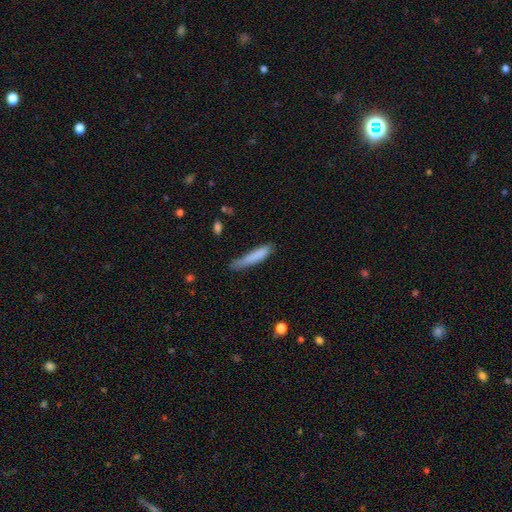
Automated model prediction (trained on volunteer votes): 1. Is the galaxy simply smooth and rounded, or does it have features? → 82% smooth, 11% featured or disk, 7% star or artifact.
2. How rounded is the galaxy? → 87% cigar-shaped, 11% in between, 1% round.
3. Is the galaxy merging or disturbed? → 58% none, 30% minor disturbance, 9% major disturbance, 3% merger.